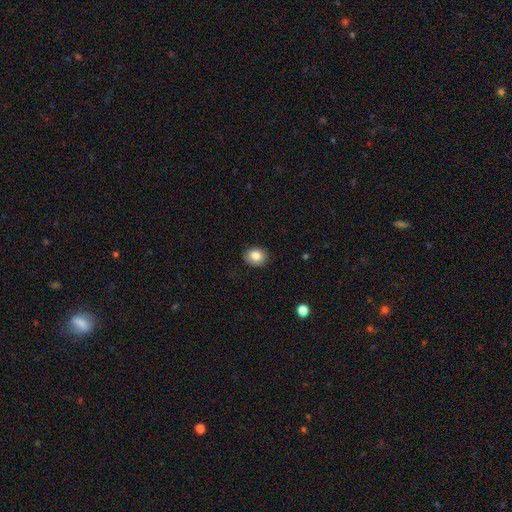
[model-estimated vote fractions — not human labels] Smooth or featured? smooth (85%)
How rounded? round (56%)
Merging? none (88%)